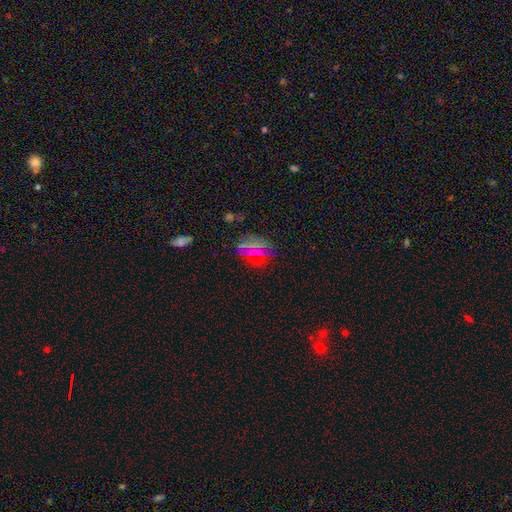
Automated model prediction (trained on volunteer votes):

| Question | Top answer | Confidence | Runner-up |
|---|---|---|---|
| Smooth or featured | smooth | 54% | star or artifact (35%) |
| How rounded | round | 69% | in between (27%) |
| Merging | none | 79% | minor disturbance (13%) |